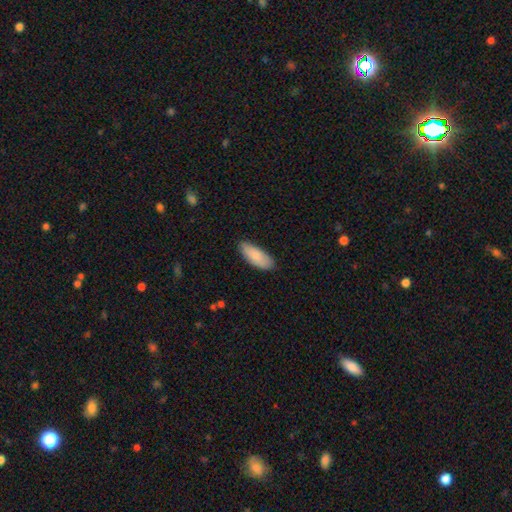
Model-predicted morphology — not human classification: A smooth galaxy with no disk features (83%) that is in between round and cigar-shaped (80%). Merging: none (79%).